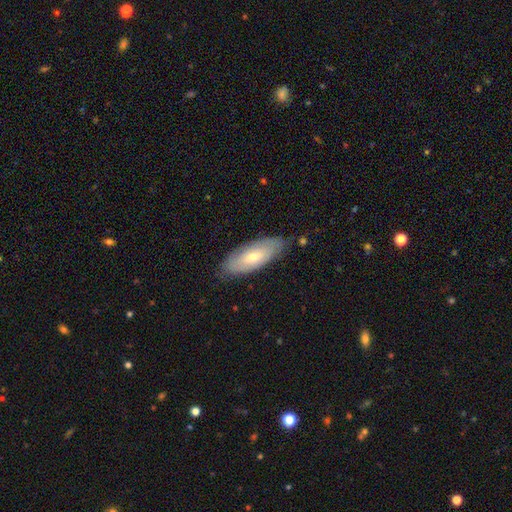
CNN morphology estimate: A smooth galaxy with no disk features (50%) that is in between round and cigar-shaped (68%).

Vote fractions:
- Smooth or featured? smooth: 50% / featured or disk: 41% / star or artifact: 9%
- How rounded? in between: 68% / cigar-shaped: 30% / round: 2%
- Merging? none: 84% / minor disturbance: 12% / major disturbance: 2% / merger: 1%